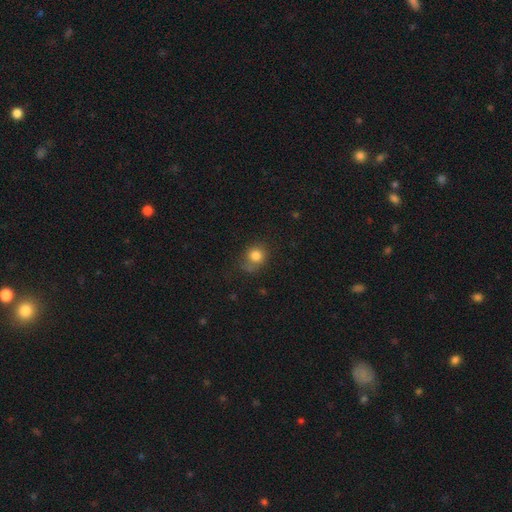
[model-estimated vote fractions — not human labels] smooth-or-featured: smooth: 82% | star or artifact: 11% | featured or disk: 7%
  how-rounded: round: 80% | in between: 19% | cigar-shaped: 1%
  merging: none: 61% | minor disturbance: 24% | major disturbance: 9% | merger: 5%